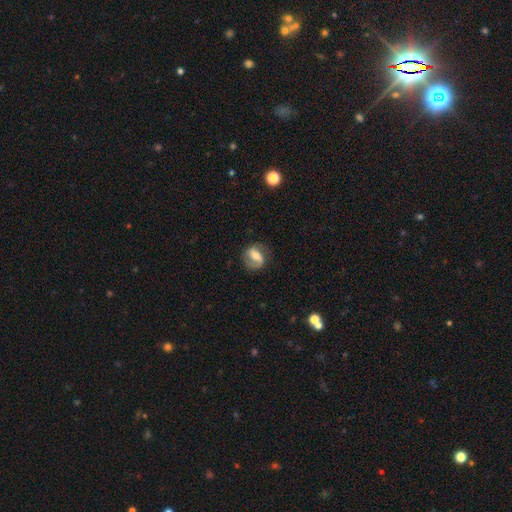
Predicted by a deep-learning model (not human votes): smooth-or-featured: featured or disk: 61% | smooth: 31% | star or artifact: 8%
  disk-edge-on: no: 95% | yes: 5%
    bar: strong: 43% | weak: 37% | no: 20%
    has-spiral-arms: yes: 81% | no: 19%
    bulge-size: moderate: 57% | small: 25% | large: 12% | none: 4% | dominant: 2%
  merging: none: 72% | minor disturbance: 17% | major disturbance: 9% | merger: 1%